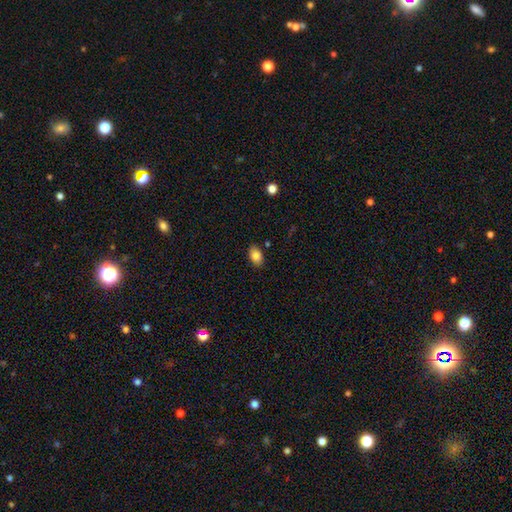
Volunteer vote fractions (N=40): Overall: smooth (90%). How rounded: in between (89%). Merging: none (83%).